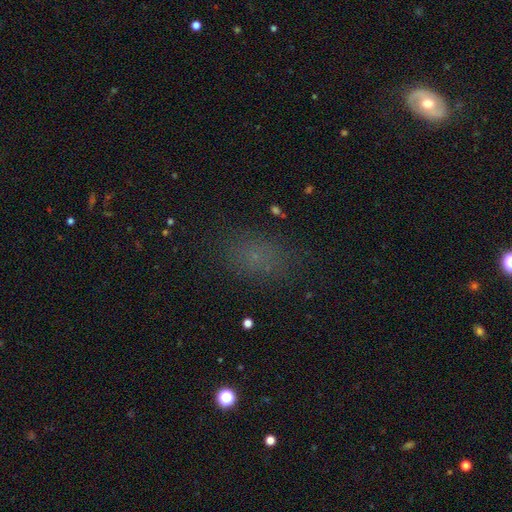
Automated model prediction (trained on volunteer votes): smooth_or_featured: smooth (p=0.63) [alt: star or artifact p=0.27]
how_rounded: in between (p=0.74) [alt: round p=0.24]
merging: none (p=0.78) [alt: minor disturbance p=0.14]